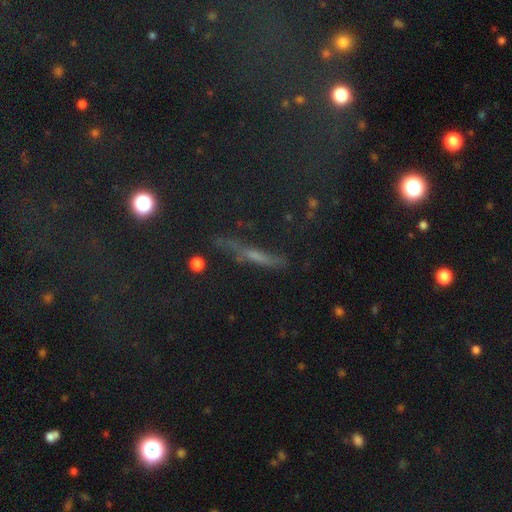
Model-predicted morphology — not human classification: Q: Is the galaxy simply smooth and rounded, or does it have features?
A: featured or disk — 36%.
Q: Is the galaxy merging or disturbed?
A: none — 66%.